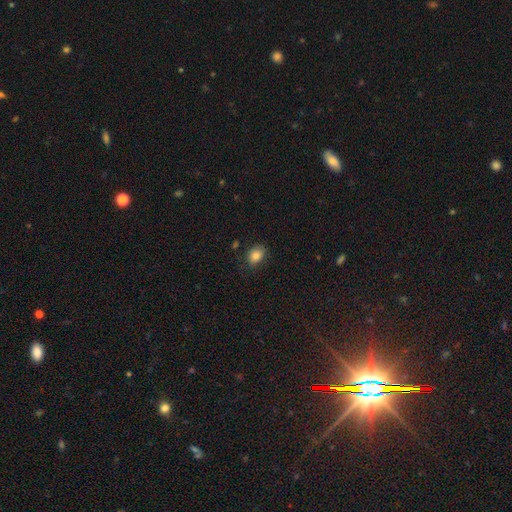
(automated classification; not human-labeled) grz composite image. It shows a smooth galaxy with no disk features (83%) that is in between round and cigar-shaped (68%). Merging: none (78%).